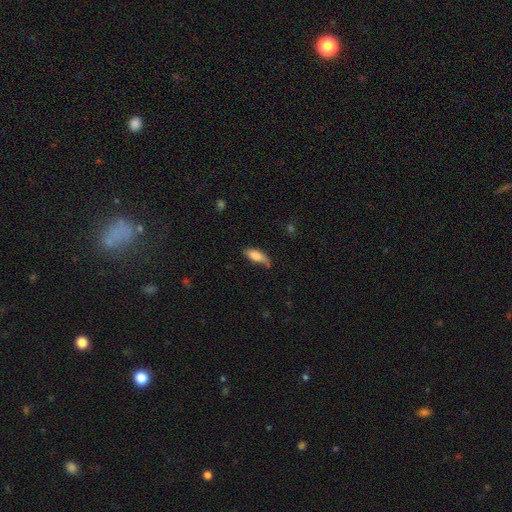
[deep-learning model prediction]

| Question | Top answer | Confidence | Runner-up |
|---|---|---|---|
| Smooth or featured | smooth | 78% | featured or disk (16%) |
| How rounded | in between | 73% | cigar-shaped (24%) |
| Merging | none | 52% | minor disturbance (34%) |